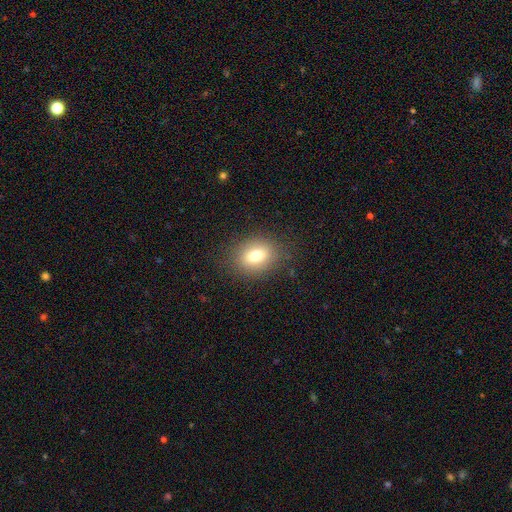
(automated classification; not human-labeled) Smooth or featured: smooth — 74% (featured or disk — 15%)
How rounded: in between — 63% (round — 35%)
Merging: none — 84% (minor disturbance — 11%)